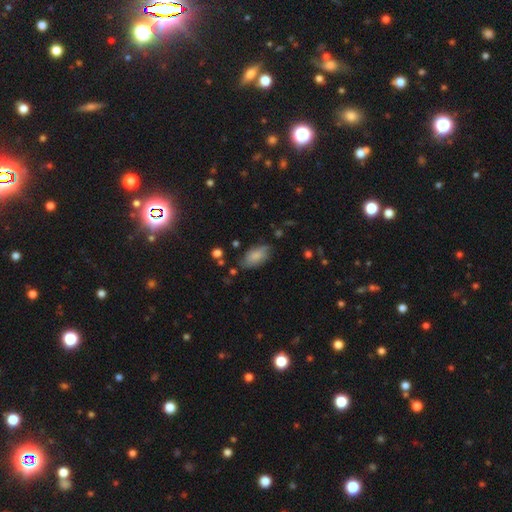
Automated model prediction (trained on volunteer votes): Overall: smooth (77%). How rounded: in between (91%). Merging: none (65%; minor disturbance 25%).